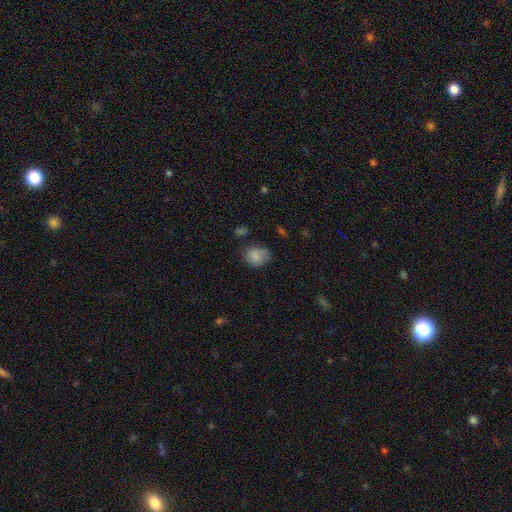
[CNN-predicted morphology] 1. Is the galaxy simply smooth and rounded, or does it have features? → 83% smooth, 9% star or artifact, 8% featured or disk.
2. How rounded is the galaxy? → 55% round, 44% in between, 1% cigar-shaped.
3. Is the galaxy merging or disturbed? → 64% none, 26% minor disturbance, 6% major disturbance, 4% merger.